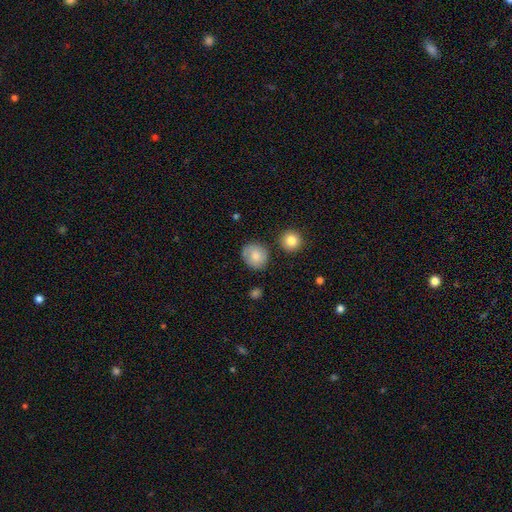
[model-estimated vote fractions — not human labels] Smooth or featured: smooth — 76% (featured or disk — 16%)
How rounded: round — 77% (in between — 22%)
Merging: none — 75% (minor disturbance — 17%)